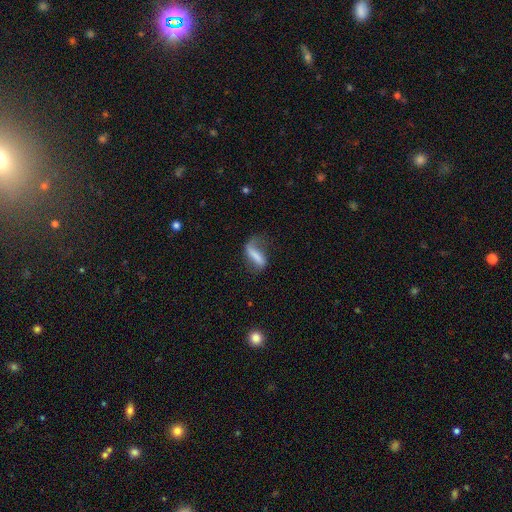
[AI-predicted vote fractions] A smooth galaxy with no disk features (46%). Merging: none (43%).